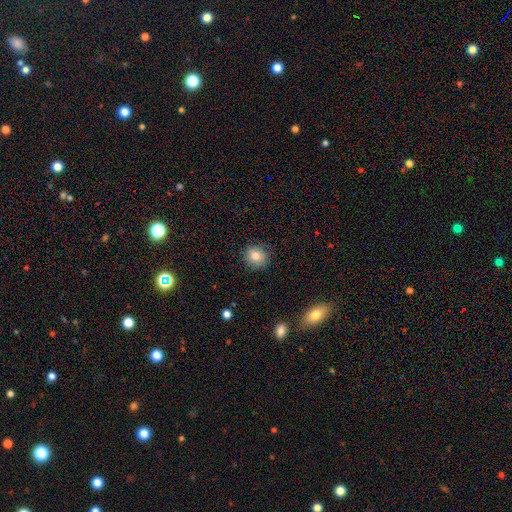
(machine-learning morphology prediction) This is likely a smooth galaxy (80%). How rounded: clearly round (84%). Merging: clearly none (85%).